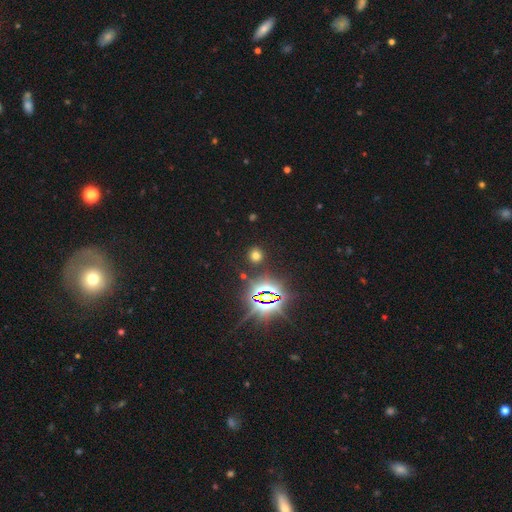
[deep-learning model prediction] smooth_or_featured: smooth (p=0.60) [alt: star or artifact p=0.33]
how_rounded: round (p=0.84) [alt: in between p=0.15]
merging: none (p=0.87) [alt: minor disturbance p=0.07]